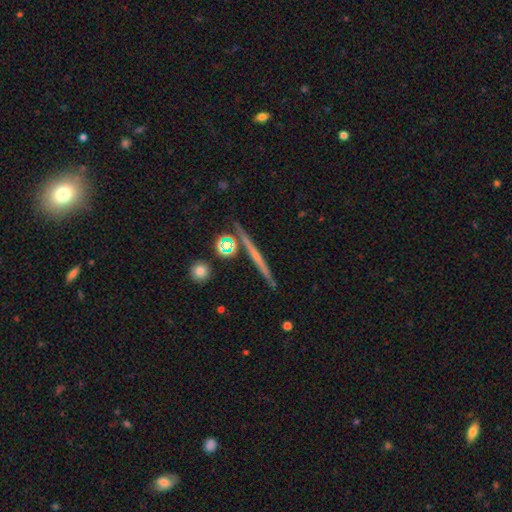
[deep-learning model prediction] The model was most divided on "smooth or featured": featured or disk: 57%, smooth: 33%, star or artifact: 10%. More confident: edge-on disk — yes (96%); merging — none (87%); edge-on bulge — none (83%).